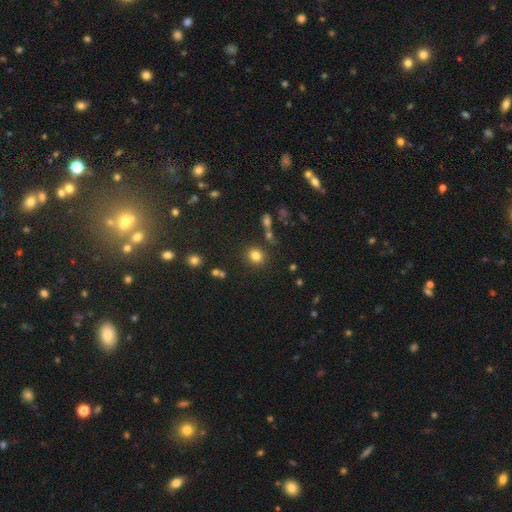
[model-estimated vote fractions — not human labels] Morphology: type=smooth (80%); roundness=round (76%); merging=none (82%).